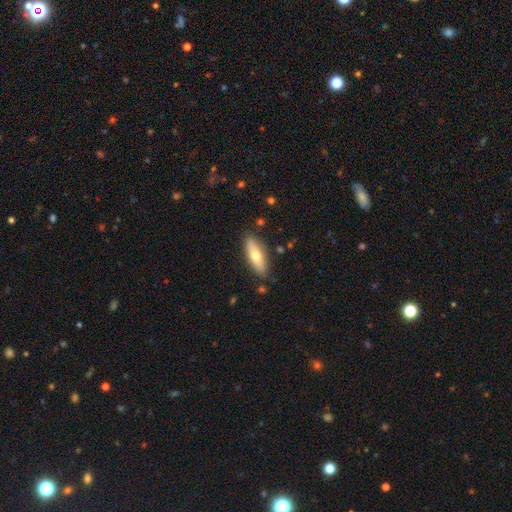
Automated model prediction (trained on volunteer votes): smooth-or-featured: smooth: 62% | featured or disk: 32% | star or artifact: 6%
  how-rounded: in between: 57% | cigar-shaped: 40% | round: 2%
  merging: none: 85% | minor disturbance: 11% | major disturbance: 2% | merger: 2%